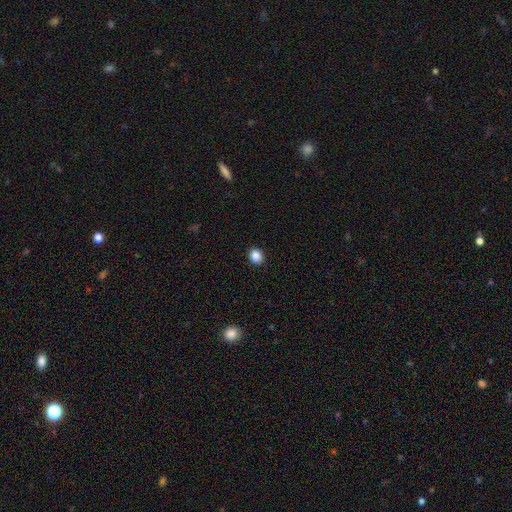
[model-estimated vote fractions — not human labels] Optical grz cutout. It shows a smooth galaxy with no disk features (87%) that is round (65%). Merging: none (91%).